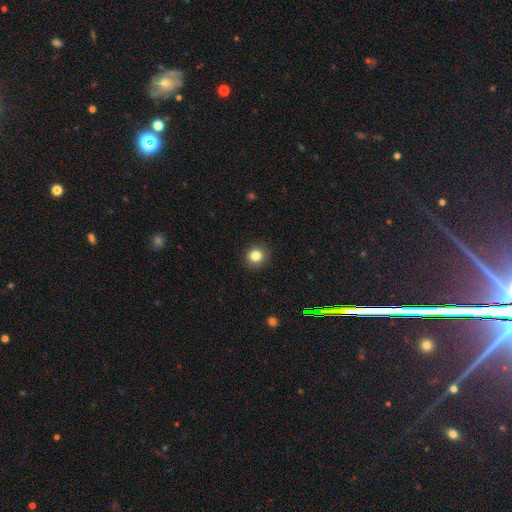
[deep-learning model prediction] This is clearly a smooth galaxy (83%). How rounded: clearly round (90%). Merging: clearly none (91%).